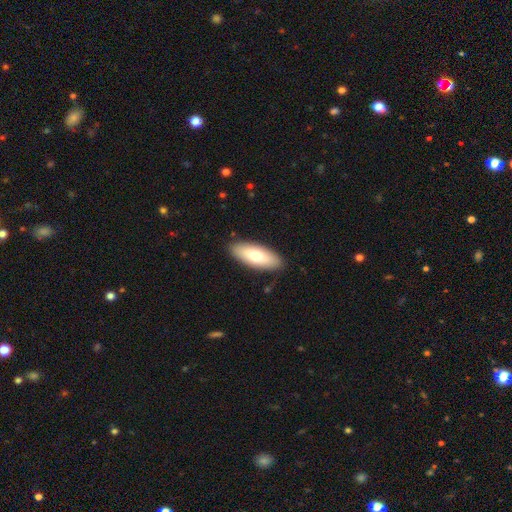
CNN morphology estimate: Smooth or featured? Predicted: smooth (p=0.72). How rounded? Predicted: in between (p=0.79). Merging? Predicted: none (p=0.87).